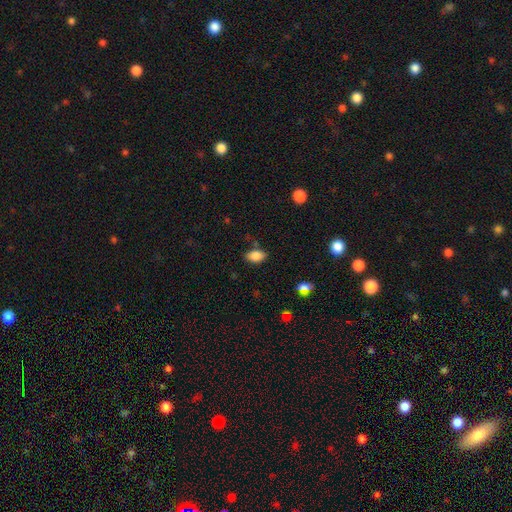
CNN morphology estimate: Smooth or featured? smooth (85%)
How rounded? in between (89%)
Merging? none (76%)